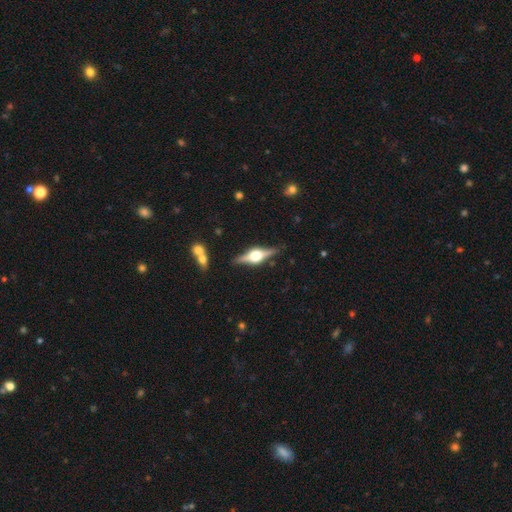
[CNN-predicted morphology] Q: Smooth or featured?
A: featured or disk (82%); runner-up: smooth (13%)
Q: Edge-on disk?
A: yes (97%); runner-up: no (3%)
Q: Edge-on bulge?
A: rounded (94%); runner-up: boxy (5%)
Q: Merging?
A: none (87%); runner-up: minor disturbance (9%)